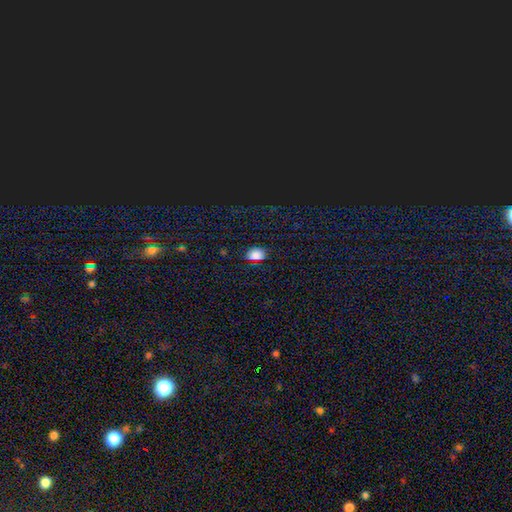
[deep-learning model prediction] smooth-or-featured: smooth: 76% | star or artifact: 20% | featured or disk: 5%
  how-rounded: in between: 60% | round: 38% | cigar-shaped: 2%
  merging: none: 85% | minor disturbance: 10% | major disturbance: 3% | merger: 2%